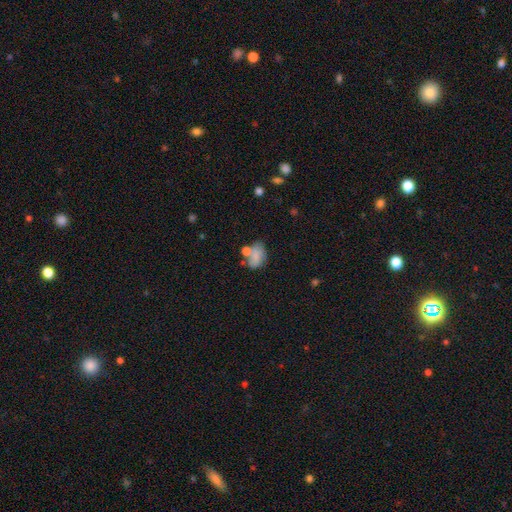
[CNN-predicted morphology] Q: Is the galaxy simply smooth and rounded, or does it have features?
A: smooth — 72%.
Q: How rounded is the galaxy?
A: in between — 81%.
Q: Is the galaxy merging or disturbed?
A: none — 38%.